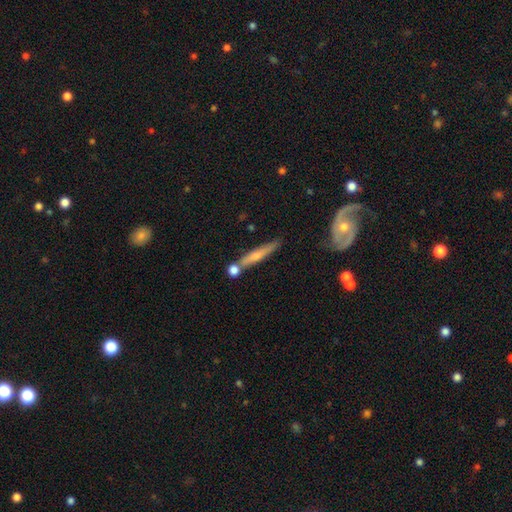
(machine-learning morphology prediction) Q: Smooth or featured?
A: smooth (50%); runner-up: featured or disk (43%)
Q: Merging?
A: none (69%); runner-up: merger (14%)